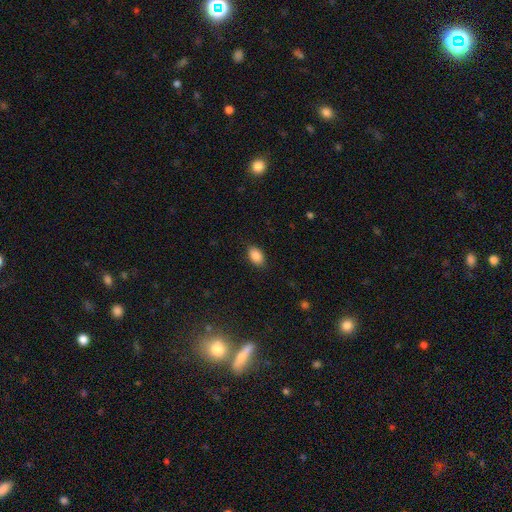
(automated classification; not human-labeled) The model was most divided on "merging": none: 84%, minor disturbance: 12%, major disturbance: 3%, merger: 1%. More confident: how rounded — in between (88%); smooth or featured — smooth (88%).